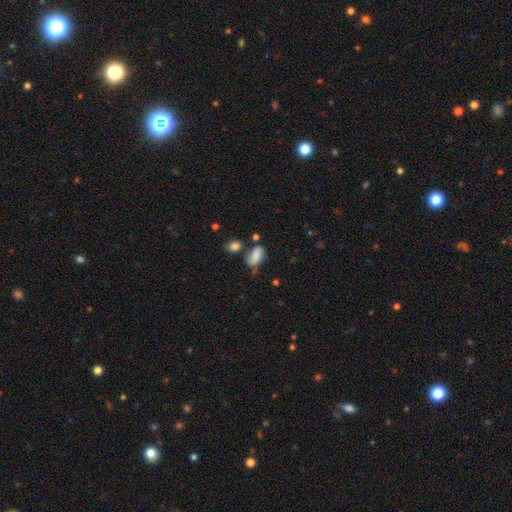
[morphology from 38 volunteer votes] This is likely a smooth galaxy (71%). How rounded: clearly in between (85%). Merging: possibly none (54%).